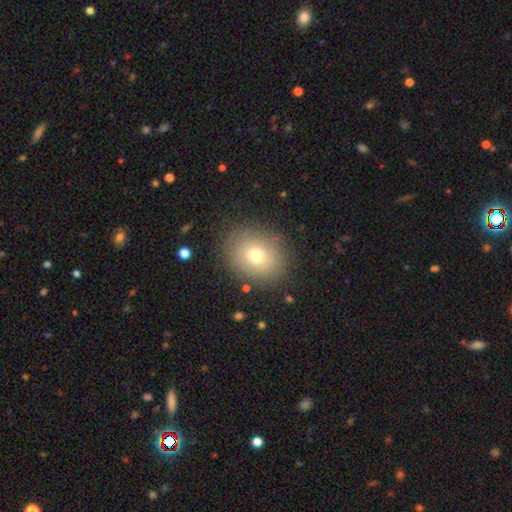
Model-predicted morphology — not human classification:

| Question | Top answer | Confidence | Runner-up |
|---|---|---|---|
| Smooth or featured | smooth | 71% | featured or disk (15%) |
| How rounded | round | 62% | in between (37%) |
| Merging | none | 83% | minor disturbance (11%) |